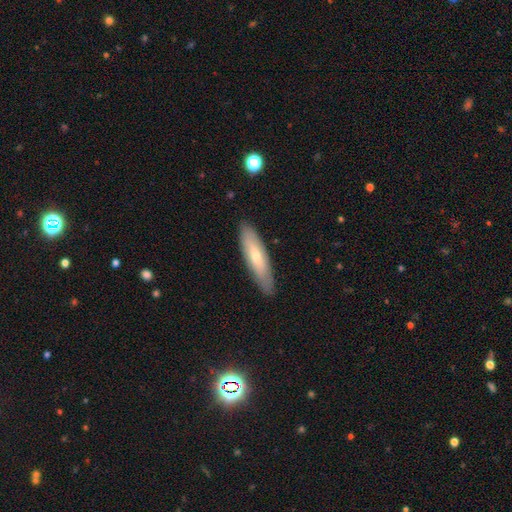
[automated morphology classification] Smooth or featured?
  - smooth: 59% *
  - featured or disk: 35%
  - star or artifact: 6%
How rounded?
  - cigar-shaped: 69% *
  - in between: 30%
  - round: 2%
Merging?
  - none: 86% *
  - minor disturbance: 10%
  - major disturbance: 2%
  - merger: 1%